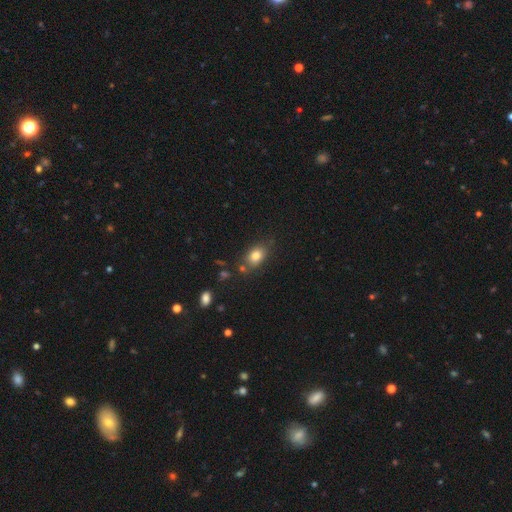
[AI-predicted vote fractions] smooth_or_featured: smooth (p=0.81) [alt: star or artifact p=0.10]
how_rounded: in between (p=0.72) [alt: round p=0.25]
merging: none (p=0.71) [alt: minor disturbance p=0.17]